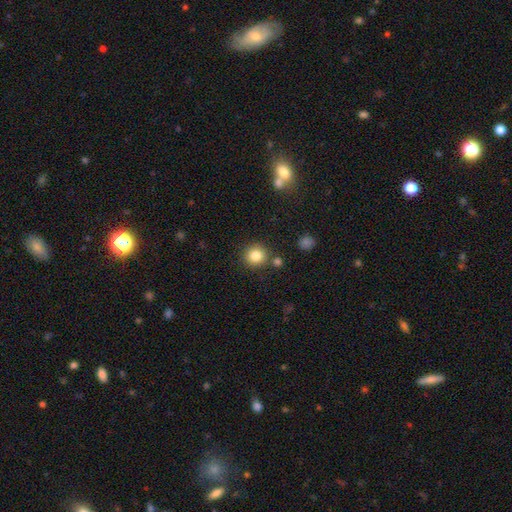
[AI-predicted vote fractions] Smooth or featured? Predicted: smooth (p=0.83). How rounded? Predicted: round (p=0.91). Merging? Predicted: none (p=0.81).